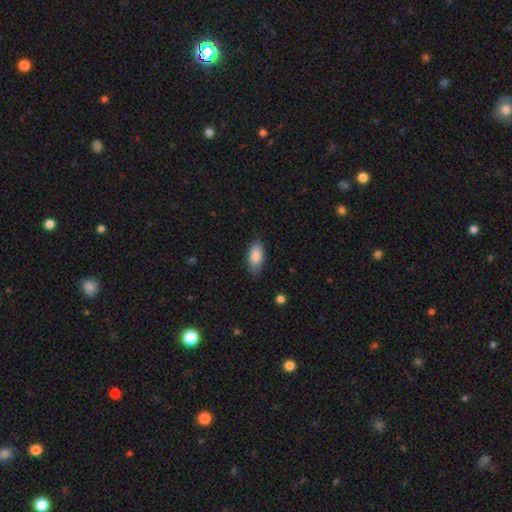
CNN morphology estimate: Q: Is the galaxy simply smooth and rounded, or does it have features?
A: smooth — 87%.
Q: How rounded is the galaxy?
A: in between — 90%.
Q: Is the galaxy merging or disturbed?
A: none — 79%.